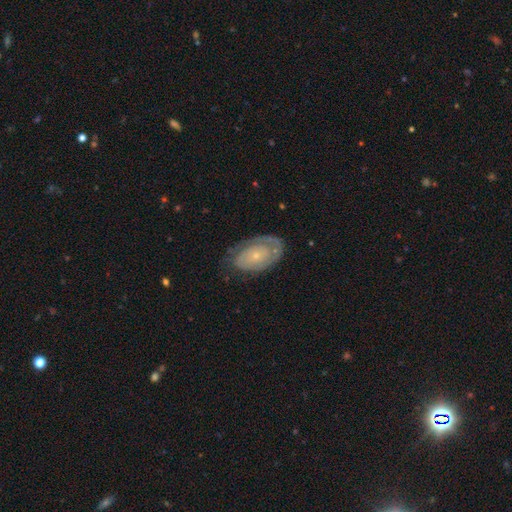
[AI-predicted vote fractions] smooth-or-featured: featured or disk: 66% | smooth: 28% | star or artifact: 6%
  disk-edge-on: no: 94% | yes: 6%
    bar: no: 85% | weak: 13% | strong: 3%
    has-spiral-arms: yes: 71% | no: 29%
    bulge-size: small: 78% | moderate: 18% | none: 2% | large: 1% | dominant: 1%
  merging: none: 65% | minor disturbance: 22% | major disturbance: 12% | merger: 1%